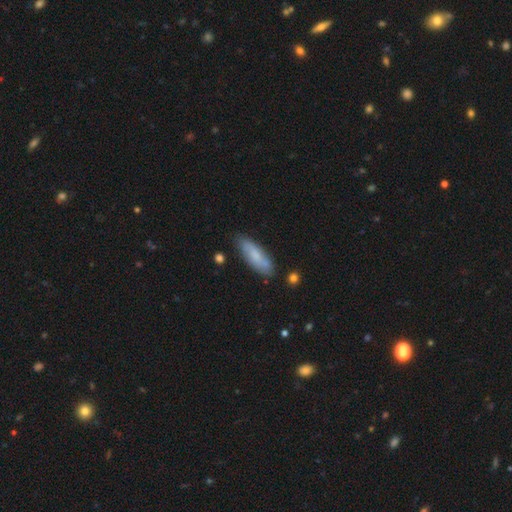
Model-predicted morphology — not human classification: smooth-or-featured: smooth: 68% | featured or disk: 25% | star or artifact: 6%
  how-rounded: in between: 53% | cigar-shaped: 46% | round: 2%
  merging: none: 77% | minor disturbance: 17% | major disturbance: 3% | merger: 3%